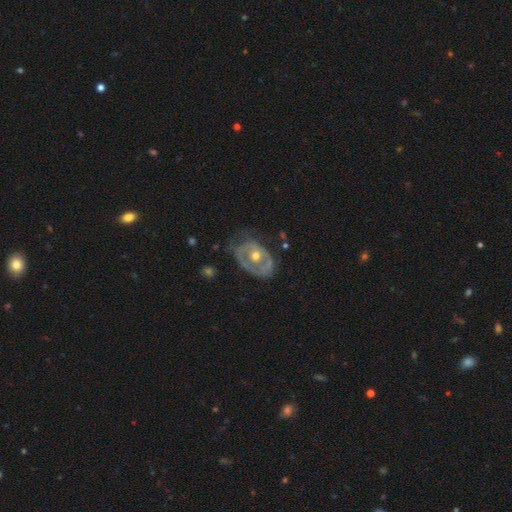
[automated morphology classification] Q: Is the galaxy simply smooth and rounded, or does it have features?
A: featured or disk — 69%.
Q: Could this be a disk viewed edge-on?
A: no — 95%.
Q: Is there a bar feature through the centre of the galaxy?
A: no — 81%.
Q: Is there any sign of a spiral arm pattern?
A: no — 61%.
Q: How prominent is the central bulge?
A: moderate — 74%.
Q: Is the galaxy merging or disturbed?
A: none — 48%.